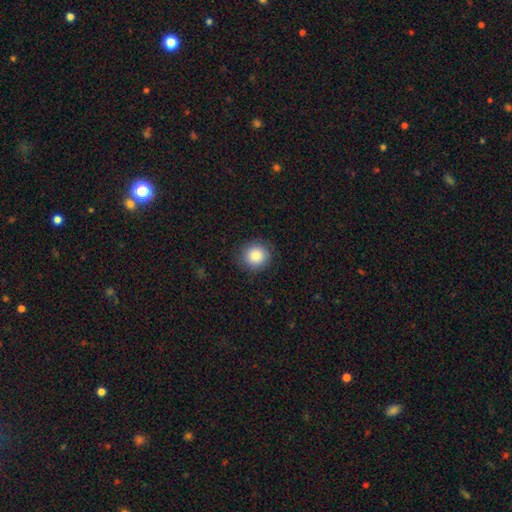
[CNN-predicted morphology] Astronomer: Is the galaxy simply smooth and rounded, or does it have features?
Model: smooth — 87%.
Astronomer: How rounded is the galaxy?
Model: round — 89%.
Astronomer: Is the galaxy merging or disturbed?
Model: none — 88%.